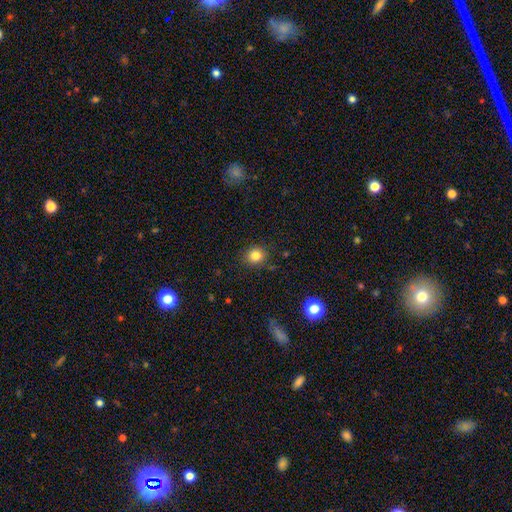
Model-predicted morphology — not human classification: A smooth galaxy with no disk features (82%) that is round (82%). Merging: none (87%).